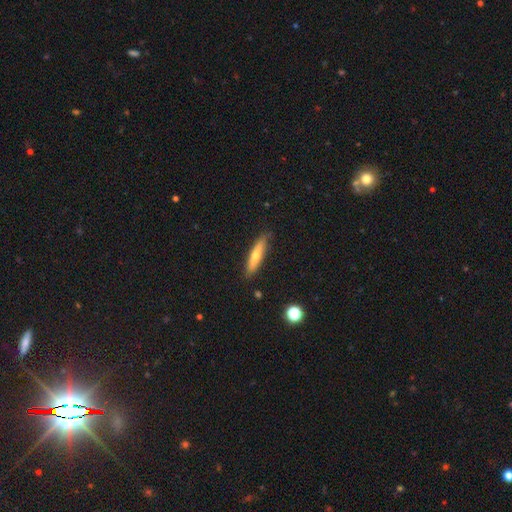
A smooth galaxy with no disk features (50%) that is cigar-shaped (75%). Merging: none (86%).